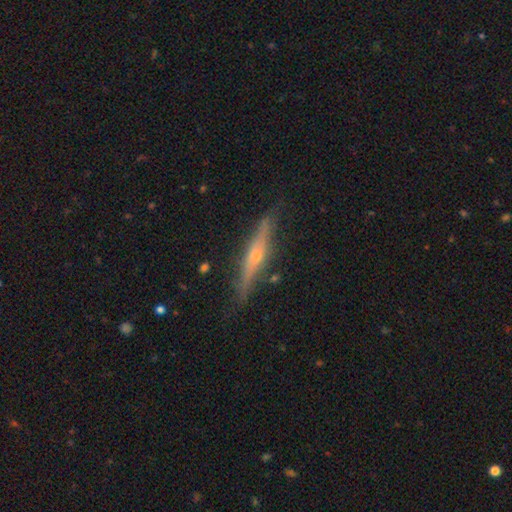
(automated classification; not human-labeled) Smooth or featured? Predicted: featured or disk (p=0.73). Edge-on disk? Predicted: yes (p=0.96). Edge-on bulge? Predicted: rounded (p=0.85). Merging? Predicted: none (p=0.85).